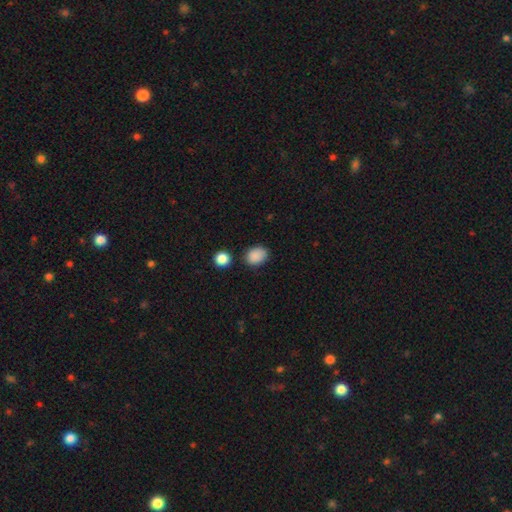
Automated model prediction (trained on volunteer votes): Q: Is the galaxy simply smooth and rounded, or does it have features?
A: smooth — 87%.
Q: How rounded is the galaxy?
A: in between — 64%.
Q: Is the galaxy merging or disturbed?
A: none — 78%.